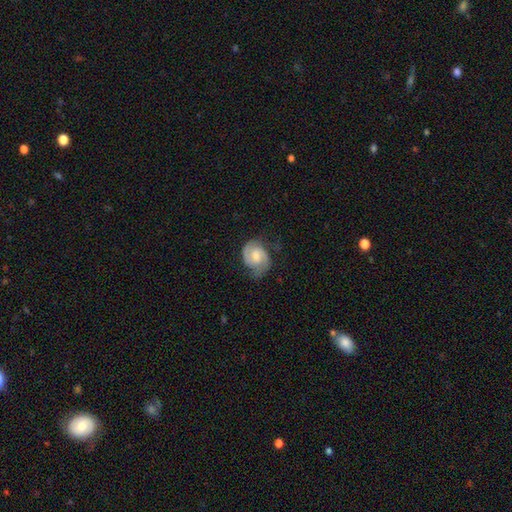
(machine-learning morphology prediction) Smooth or featured?
  - featured or disk: 73% *
  - smooth: 21%
  - star or artifact: 6%
Edge-on disk?
  - no: 98% *
  - yes: 2%
Bar?
  - weak: 51% *
  - no: 38%
  - strong: 11%
Spiral arms?
  - yes: 94% *
  - no: 6%
Spiral winding?
  - medium: 49% *
  - tight: 36%
  - loose: 16%
Spiral arm count?
  - 2: 86% *
  - can't tell: 7%
  - 1: 4%
  - 3: 2%
  - 4: 1%
  - more than 4: 1%
Bulge size?
  - moderate: 51% *
  - small: 29%
  - large: 10%
  - none: 9%
  - dominant: 1%
Merging?
  - none: 65% *
  - minor disturbance: 25%
  - major disturbance: 9%
  - merger: 1%